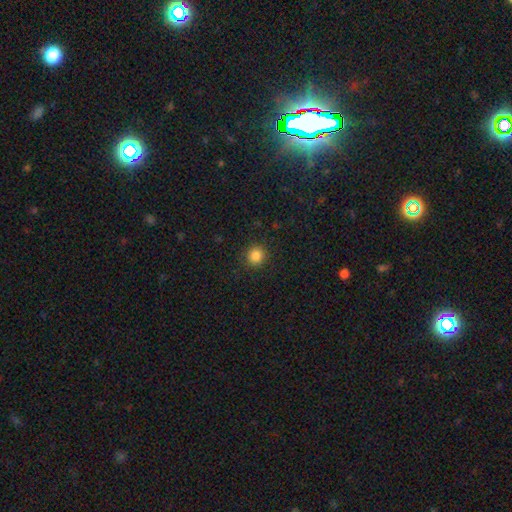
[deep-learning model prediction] smooth-or-featured: smooth: 85% | star or artifact: 11% | featured or disk: 4%
  how-rounded: round: 92% | in between: 7% | cigar-shaped: 1%
  merging: none: 90% | minor disturbance: 6% | major disturbance: 2% | merger: 1%